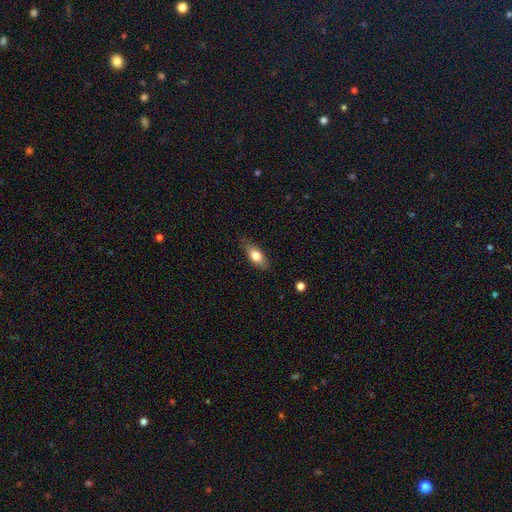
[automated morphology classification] Smooth or featured: smooth — 74% (featured or disk — 18%)
How rounded: in between — 79% (cigar-shaped — 16%)
Merging: none — 79% (minor disturbance — 16%)